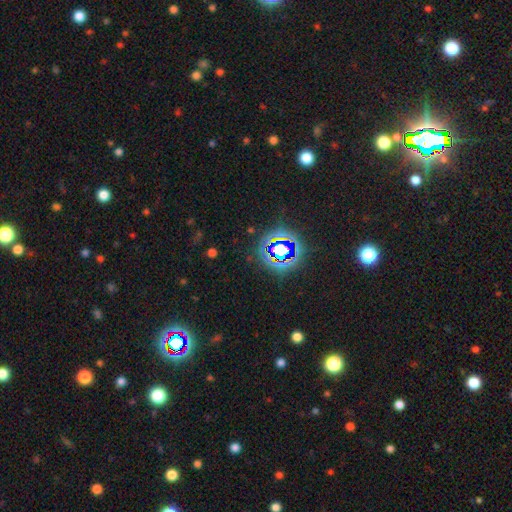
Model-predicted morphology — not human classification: Q: Smooth or featured?
A: star or artifact (81%); runner-up: smooth (12%)